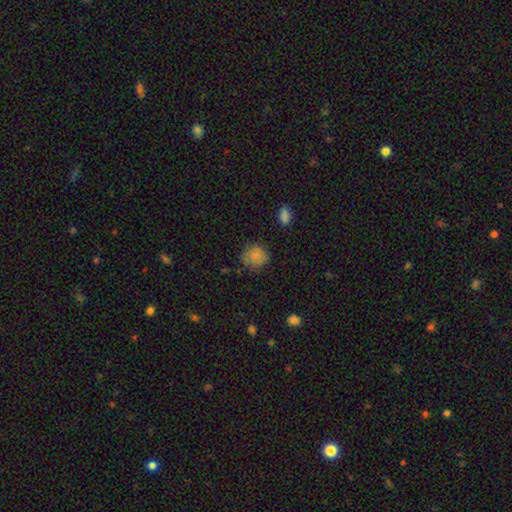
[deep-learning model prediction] Smooth or featured? smooth (80%)
How rounded? round (79%)
Merging? none (72%)